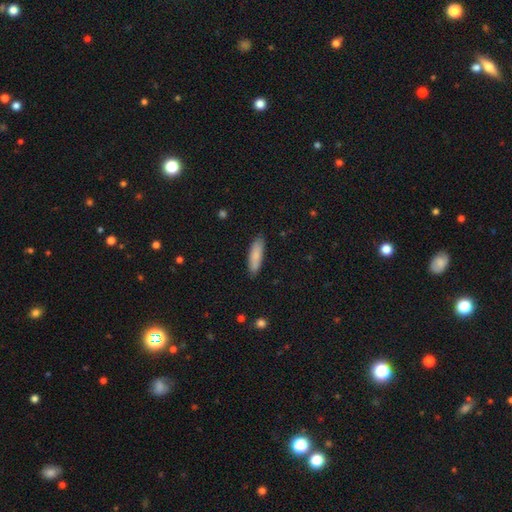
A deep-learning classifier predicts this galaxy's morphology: smooth 84%, featured or disk 10%, star or artifact 6%. Down the decision tree: how rounded — cigar-shaped (57%); merging — none (86%).